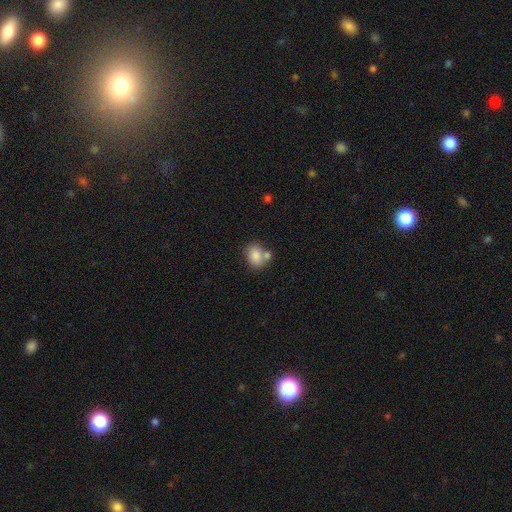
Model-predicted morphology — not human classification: The model was most divided on "how rounded": in between: 56%, round: 43%, cigar-shaped: 1%. More confident: smooth or featured — smooth (83%); merging — none (51%).